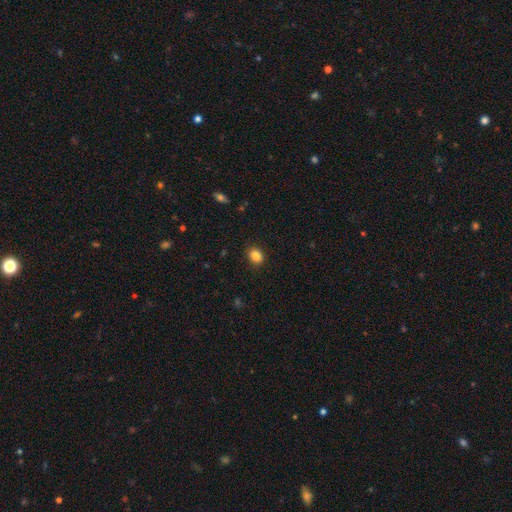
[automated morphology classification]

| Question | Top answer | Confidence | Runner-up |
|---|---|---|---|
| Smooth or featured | smooth | 87% | star or artifact (9%) |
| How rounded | in between | 62% | round (37%) |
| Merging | none | 87% | minor disturbance (9%) |